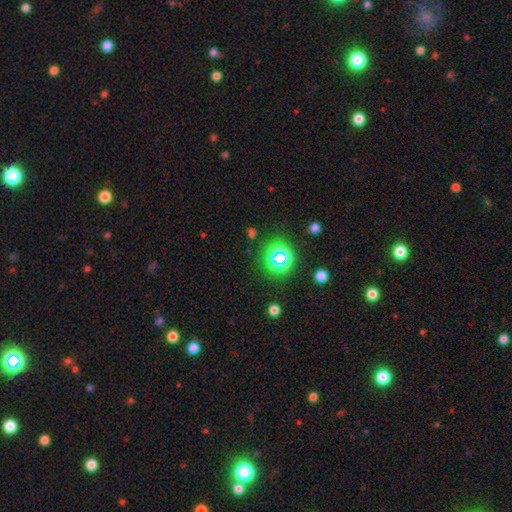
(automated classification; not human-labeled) Smooth or featured? Predicted: smooth (p=0.52). How rounded? Predicted: round (p=0.87). Merging? Predicted: none (p=0.87).